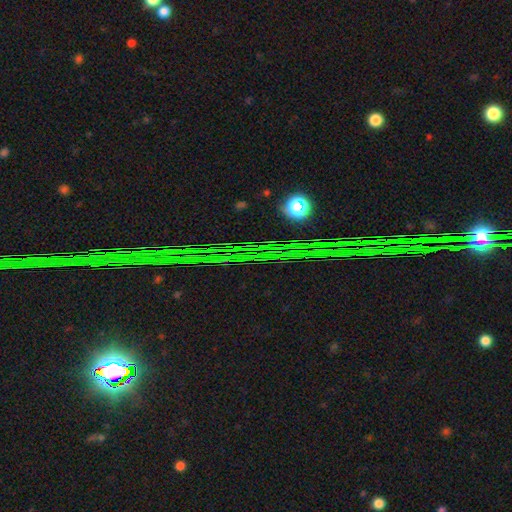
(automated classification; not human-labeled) star or artifact 78%, smooth 11%, featured or disk 10%.